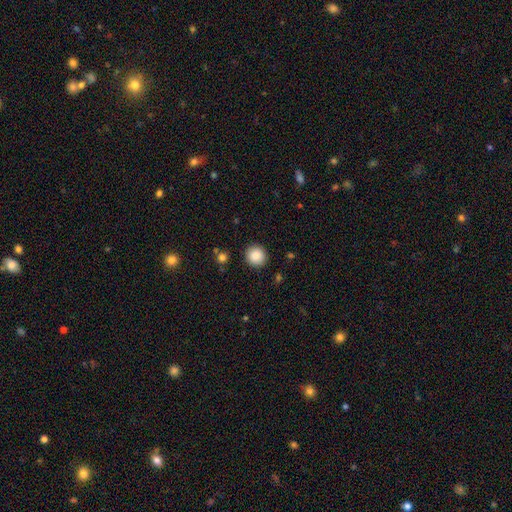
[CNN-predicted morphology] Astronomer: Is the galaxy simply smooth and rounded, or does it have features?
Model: smooth — 88%.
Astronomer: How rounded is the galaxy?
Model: round — 92%.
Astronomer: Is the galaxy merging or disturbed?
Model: none — 91%.